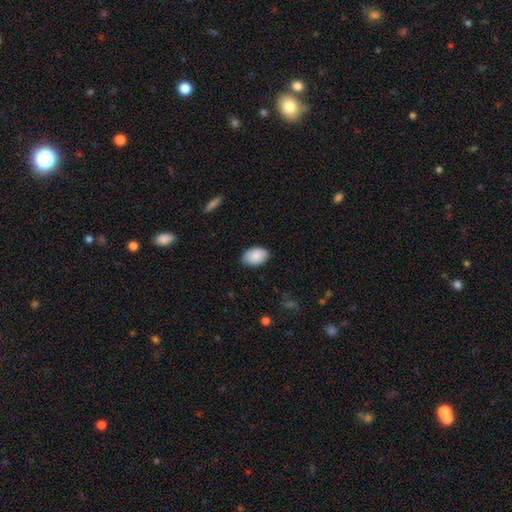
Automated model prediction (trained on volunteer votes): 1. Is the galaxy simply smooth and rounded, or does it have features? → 87% smooth, 6% featured or disk, 6% star or artifact.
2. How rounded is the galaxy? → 90% in between, 9% round, 1% cigar-shaped.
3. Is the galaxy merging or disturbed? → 86% none, 11% minor disturbance, 2% major disturbance, 1% merger.